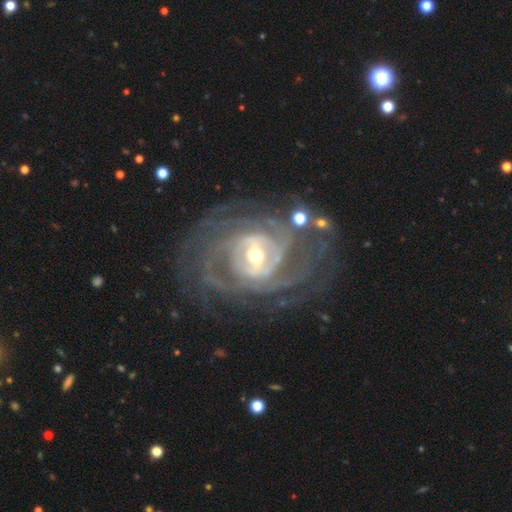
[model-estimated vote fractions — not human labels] Smooth or featured? featured or disk (91%)
Edge-on disk? no (97%)
Bar? strong (46%)
Spiral arms? yes (96%)
Spiral winding? tight (63%)
Spiral arm count? can't tell (29%)
Bulge size? moderate (54%)
Merging? none (70%)